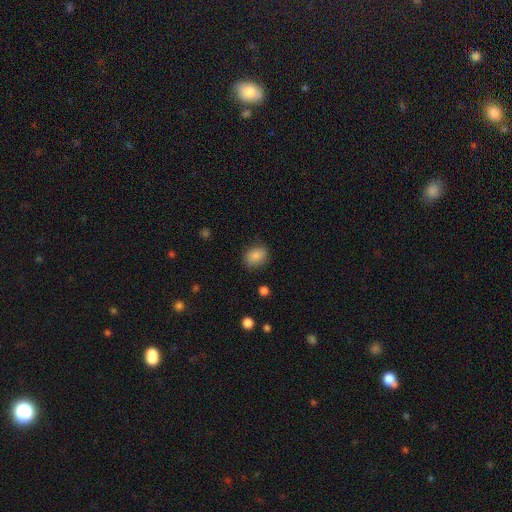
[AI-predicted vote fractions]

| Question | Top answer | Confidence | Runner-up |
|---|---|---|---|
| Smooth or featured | smooth | 85% | star or artifact (9%) |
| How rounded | in between | 59% | round (40%) |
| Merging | none | 82% | minor disturbance (13%) |